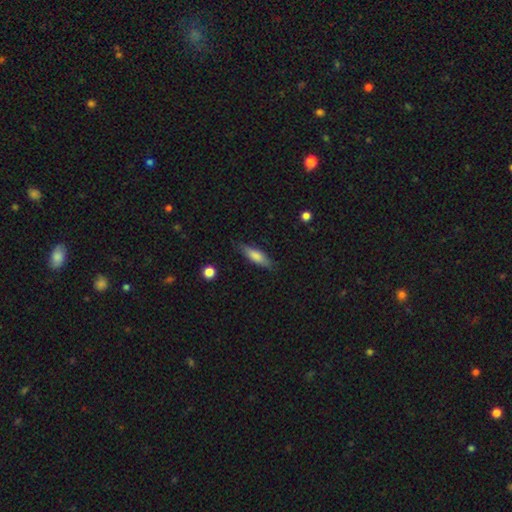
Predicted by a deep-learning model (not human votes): A smooth galaxy with no disk features (72%) that is cigar-shaped (56%). Merging: none (82%).